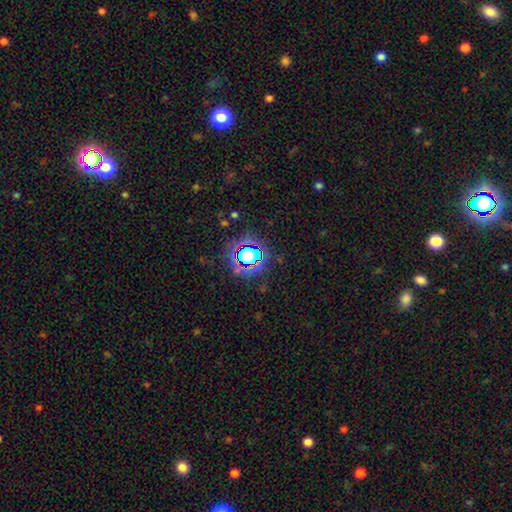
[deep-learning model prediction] Q: Smooth or featured?
A: star or artifact (77%); runner-up: smooth (14%)